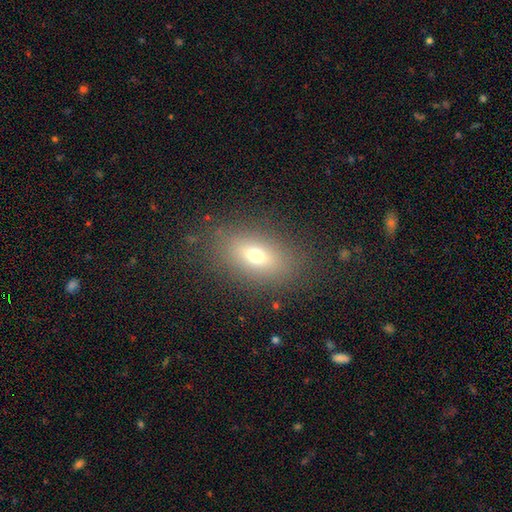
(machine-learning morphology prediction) A smooth galaxy with no disk features (67%) that is in between round and cigar-shaped (82%).

Vote fractions:
- Smooth or featured? smooth: 67% / featured or disk: 19% / star or artifact: 13%
- How rounded? in between: 82% / round: 11% / cigar-shaped: 8%
- Merging? none: 84% / minor disturbance: 10% / major disturbance: 5% / merger: 1%